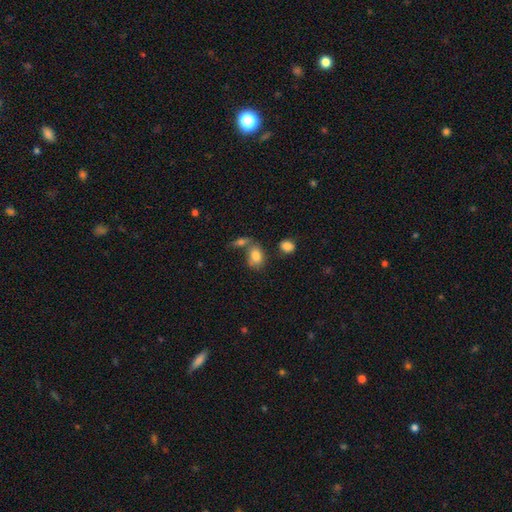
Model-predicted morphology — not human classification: Smooth or featured: smooth — 82% (featured or disk — 10%)
How rounded: in between — 76% (round — 23%)
Merging: none — 47% (merger — 31%)